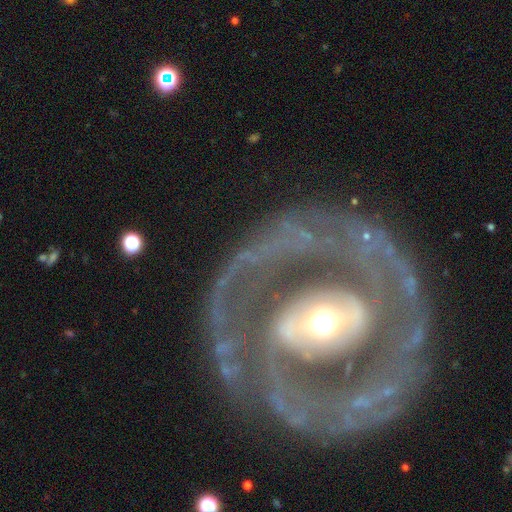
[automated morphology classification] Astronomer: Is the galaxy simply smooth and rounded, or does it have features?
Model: featured or disk — 84%.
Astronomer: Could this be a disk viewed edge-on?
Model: no — 96%.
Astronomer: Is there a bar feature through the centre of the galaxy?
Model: no — 49% (runner-up: weak, 26%).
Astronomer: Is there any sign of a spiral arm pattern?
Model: yes — 68%.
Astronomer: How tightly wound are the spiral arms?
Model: tight — 56% (runner-up: medium, 31%).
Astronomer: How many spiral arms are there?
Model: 2 — 59%.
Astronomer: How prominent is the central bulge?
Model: moderate — 63%.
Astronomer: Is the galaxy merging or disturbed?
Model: none — 75%.